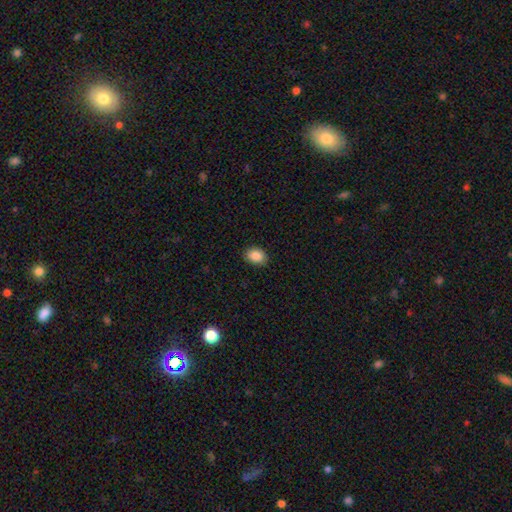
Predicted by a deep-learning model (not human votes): Q: Smooth or featured?
A: smooth (88%); runner-up: star or artifact (8%)
Q: How rounded?
A: in between (73%); runner-up: round (26%)
Q: Merging?
A: none (87%); runner-up: minor disturbance (10%)